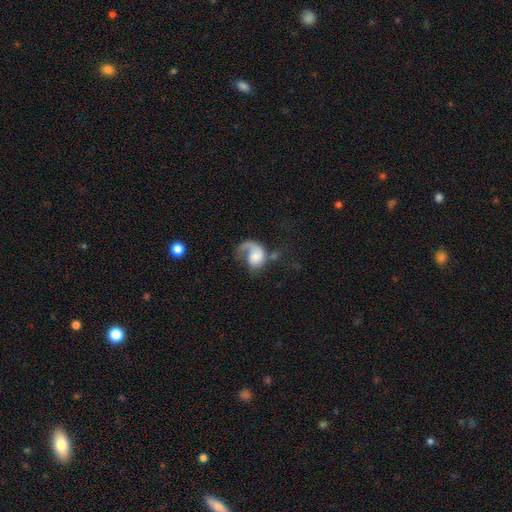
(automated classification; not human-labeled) Smooth or featured? featured or disk (59%)
Edge-on disk? no (98%)
Bar? no (78%)
Spiral arms? yes (85%)
Bulge size? moderate (31%)
Merging? major disturbance (49%)